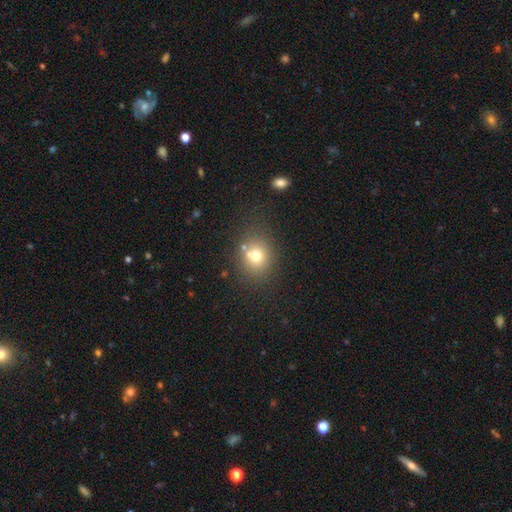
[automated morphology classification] This is likely a smooth galaxy (71%). How rounded: likely round (76%). Merging: likely none (70%).